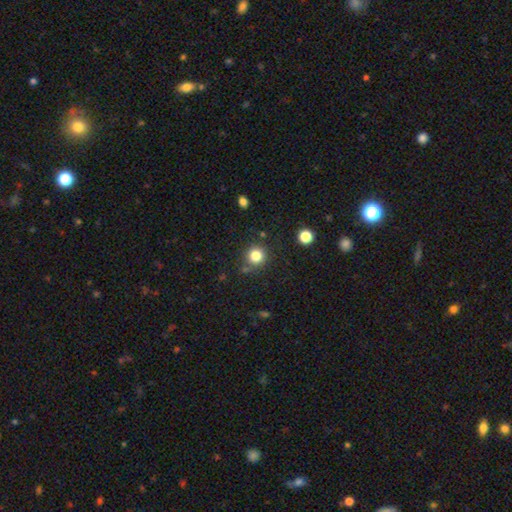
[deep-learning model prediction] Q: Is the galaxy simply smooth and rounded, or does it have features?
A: smooth — 82%.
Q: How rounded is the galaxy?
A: round — 93%.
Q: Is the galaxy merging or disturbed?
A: none — 83%.